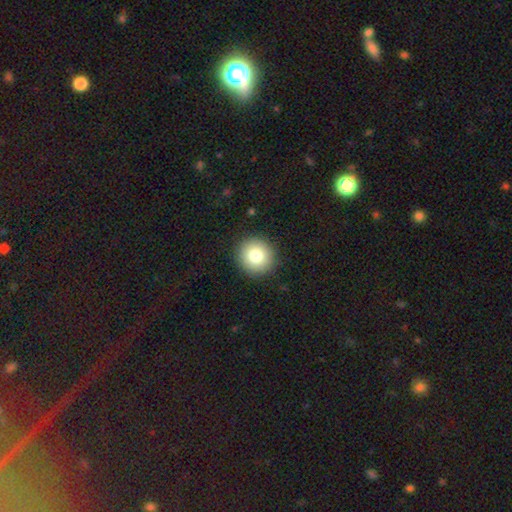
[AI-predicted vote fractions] smooth_or_featured: smooth (p=0.80) [alt: star or artifact p=0.10]
how_rounded: round (p=0.92) [alt: in between p=0.07]
merging: none (p=0.91) [alt: minor disturbance p=0.06]